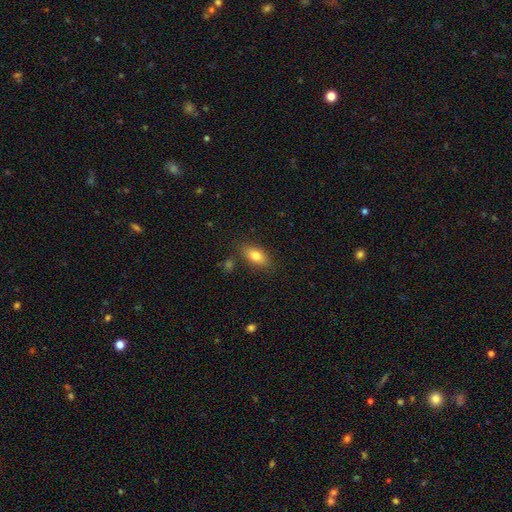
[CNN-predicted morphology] This is likely a smooth galaxy (79%). How rounded: clearly in between (84%). Merging: clearly none (81%).